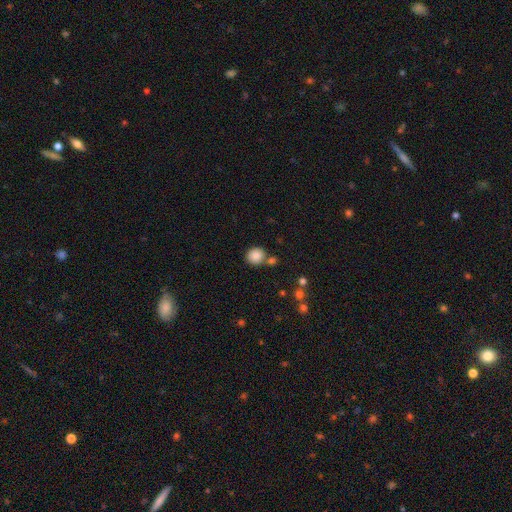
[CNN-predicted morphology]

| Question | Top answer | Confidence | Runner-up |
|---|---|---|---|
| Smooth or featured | smooth | 86% | star or artifact (9%) |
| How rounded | round | 87% | in between (12%) |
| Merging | none | 71% | merger (16%) |